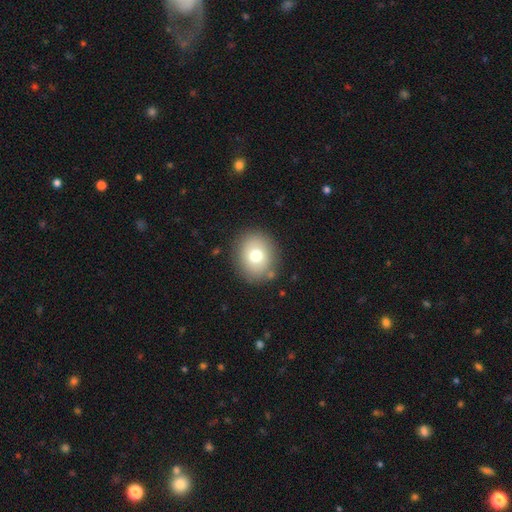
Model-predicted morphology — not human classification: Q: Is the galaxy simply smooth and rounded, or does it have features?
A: smooth — 73%.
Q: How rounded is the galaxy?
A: round — 70%.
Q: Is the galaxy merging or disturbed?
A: none — 85%.